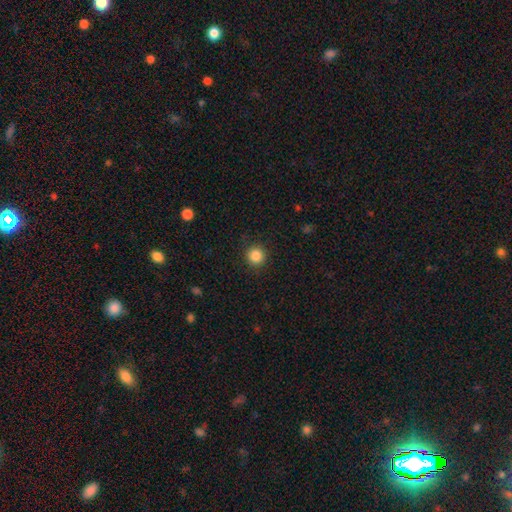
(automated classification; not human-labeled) A smooth galaxy with no disk features (85%) that is round (95%).

Vote fractions:
- Smooth or featured? smooth: 85% / star or artifact: 11% / featured or disk: 4%
- How rounded? round: 95% / in between: 4% / cigar-shaped: 1%
- Merging? none: 92% / minor disturbance: 5% / major disturbance: 2% / merger: 1%